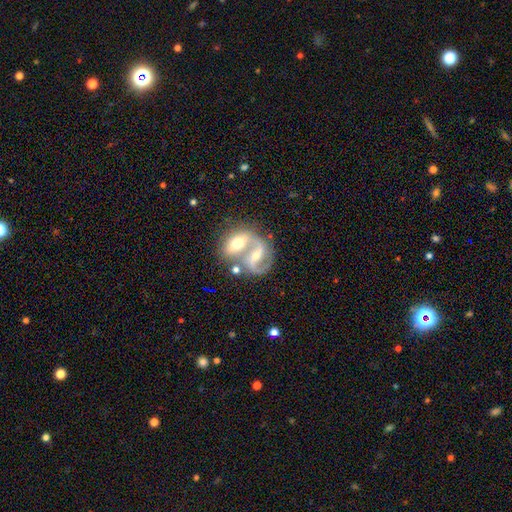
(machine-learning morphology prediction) Overall: featured or disk (83%). Edge-on disk: no (96%). Bar: strong (47%; weak 32%). Spiral arms: yes (93%). Spiral arm count: 2 (91%). Spiral winding: medium (53%; loose 32%). Bulge size: moderate (47%, tied with small). Merging: merger (51%; none 35%).